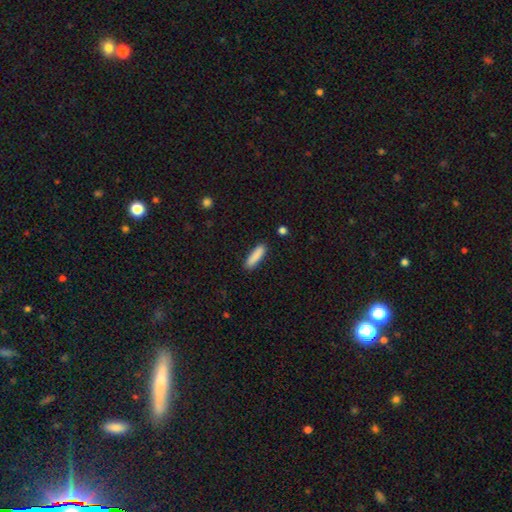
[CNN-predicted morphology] This is clearly a smooth galaxy (88%). How rounded: likely cigar-shaped (70%). Merging: clearly none (87%).